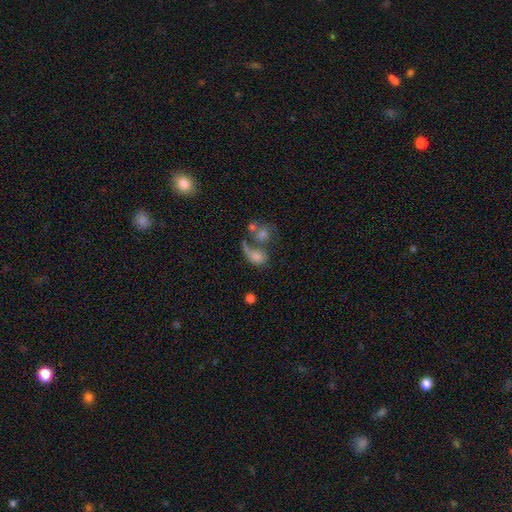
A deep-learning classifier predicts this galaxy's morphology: The model was most divided on "merging": merger: 43%, major disturbance: 26%, none: 20%, minor disturbance: 12%. More confident: how rounded — in between (66%); smooth or featured — smooth (62%).